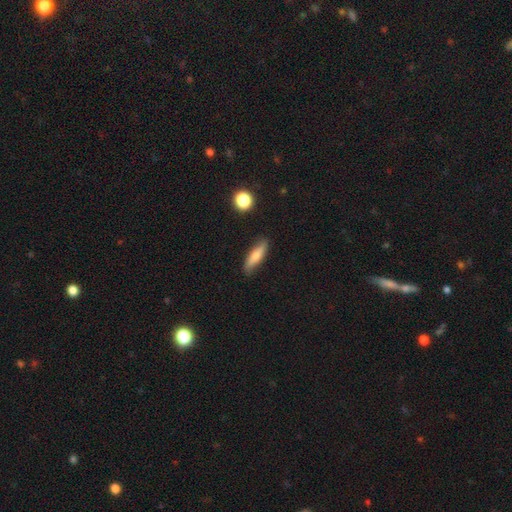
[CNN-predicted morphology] A smooth galaxy with no disk features (65%) that is cigar-shaped (67%). Merging: none (80%).